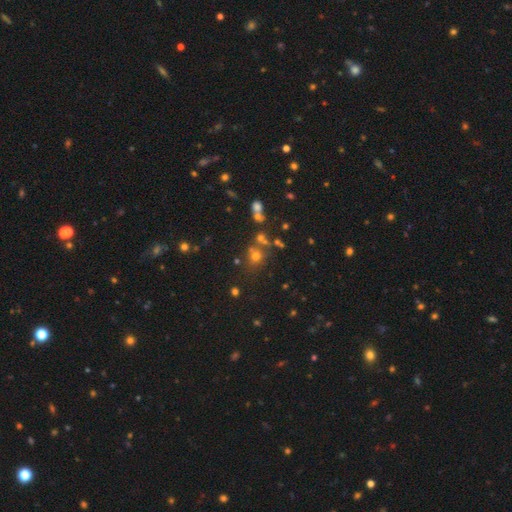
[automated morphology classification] type=smooth (54%); roundness=round (82%); merging=none (63%).